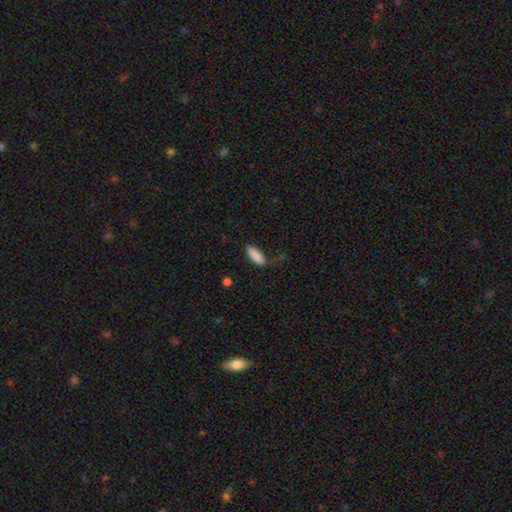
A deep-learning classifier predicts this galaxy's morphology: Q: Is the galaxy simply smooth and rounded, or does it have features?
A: smooth — 88%.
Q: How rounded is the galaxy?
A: in between — 65%.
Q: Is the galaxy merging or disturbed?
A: none — 70%.